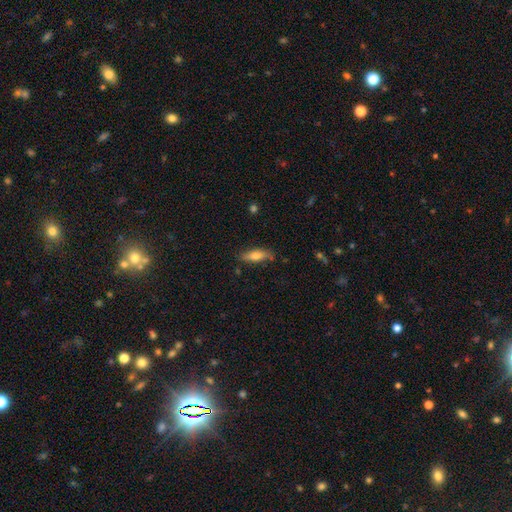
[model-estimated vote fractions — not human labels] This is likely a smooth galaxy (68%). How rounded: possibly in between (49%, tied with cigar-shaped). Merging: likely none (80%).